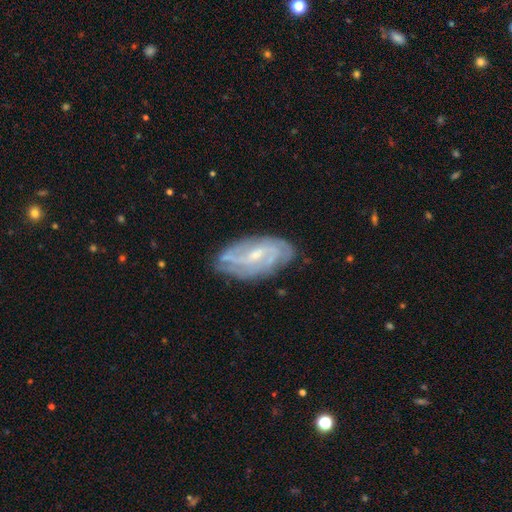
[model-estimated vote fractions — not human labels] Smooth or featured? Predicted: featured or disk (p=0.81). Edge-on disk? Predicted: no (p=0.93). Bar? Predicted: weak (p=0.49). Spiral arms? Predicted: yes (p=0.94). Spiral winding? Predicted: tight (p=0.54). Spiral arm count? Predicted: can't tell (p=0.34). Bulge size? Predicted: small (p=0.64). Merging? Predicted: none (p=0.78).